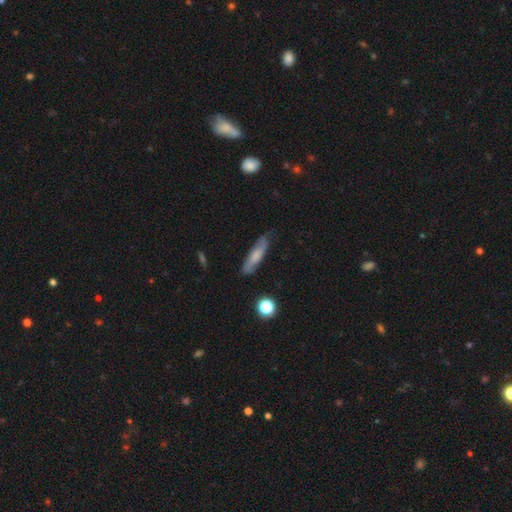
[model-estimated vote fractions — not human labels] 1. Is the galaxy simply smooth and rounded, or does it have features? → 52% smooth, 40% featured or disk, 8% star or artifact.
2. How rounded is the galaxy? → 73% cigar-shaped, 24% in between, 3% round.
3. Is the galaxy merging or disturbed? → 74% none, 20% minor disturbance, 5% major disturbance, 2% merger.